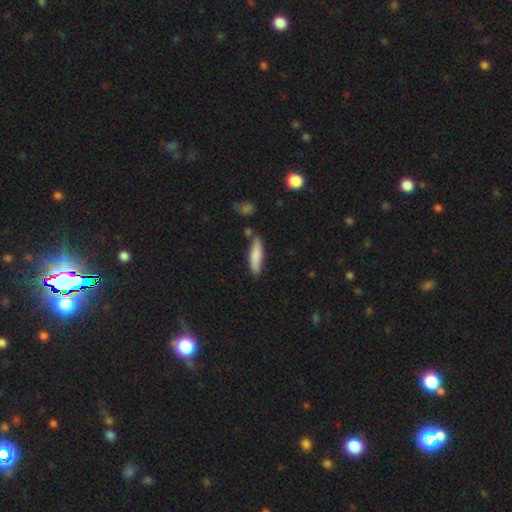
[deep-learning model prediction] smooth-or-featured: smooth: 81% | featured or disk: 14% | star or artifact: 6%
  how-rounded: cigar-shaped: 67% | in between: 32% | round: 2%
  merging: none: 76% | minor disturbance: 16% | merger: 5% | major disturbance: 3%